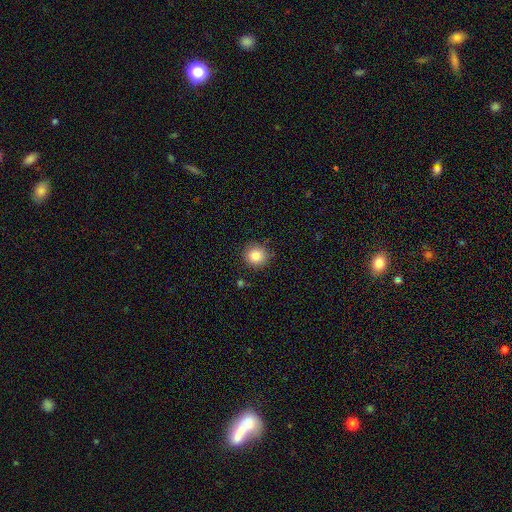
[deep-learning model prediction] This appears to be a smooth galaxy with no disk features (85%) that is round (91%). Merging: none (86%).